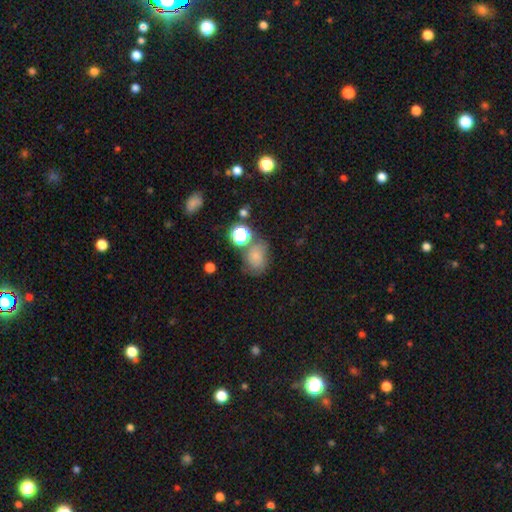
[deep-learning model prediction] Smooth or featured?
  - smooth: 65% *
  - star or artifact: 19%
  - featured or disk: 17%
How rounded?
  - in between: 53% *
  - round: 46%
  - cigar-shaped: 1%
Merging?
  - none: 52% *
  - minor disturbance: 23%
  - merger: 14%
  - major disturbance: 11%